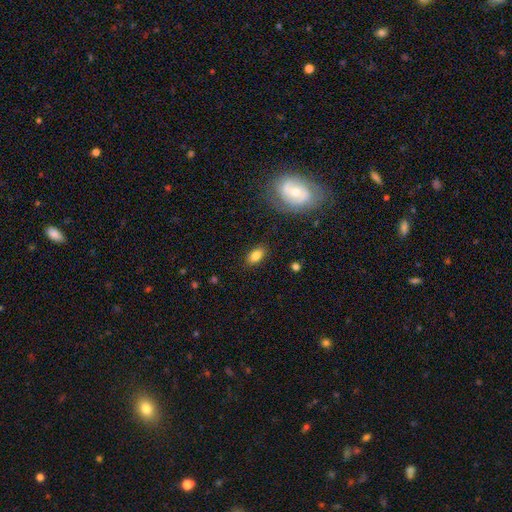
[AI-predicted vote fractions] Morphology: type=smooth (81%); roundness=in between (88%); merging=none (85%).